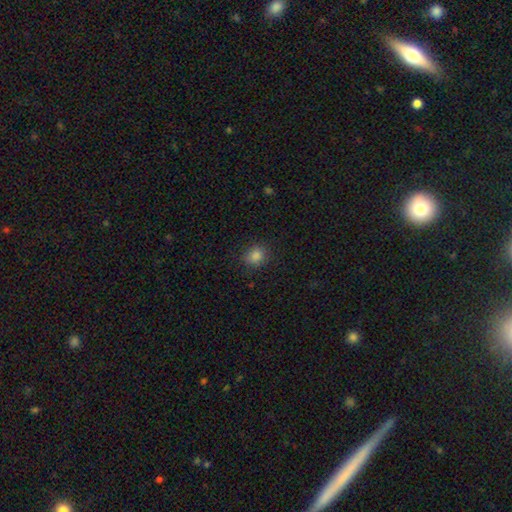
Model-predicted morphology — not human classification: type=smooth (83%); roundness=round (70%); merging=none (86%).